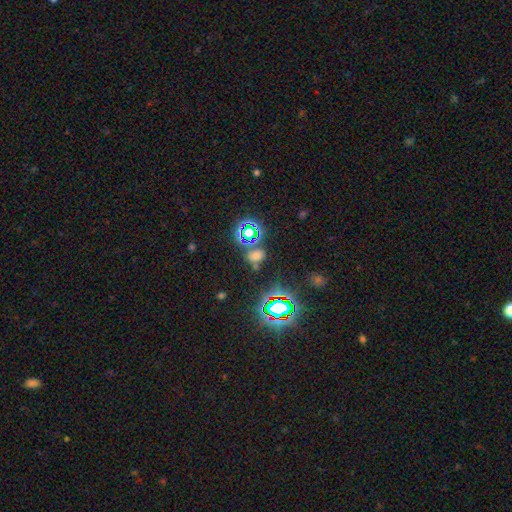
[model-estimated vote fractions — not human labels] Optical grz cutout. It shows a star or artifact, not a galaxy (54%).